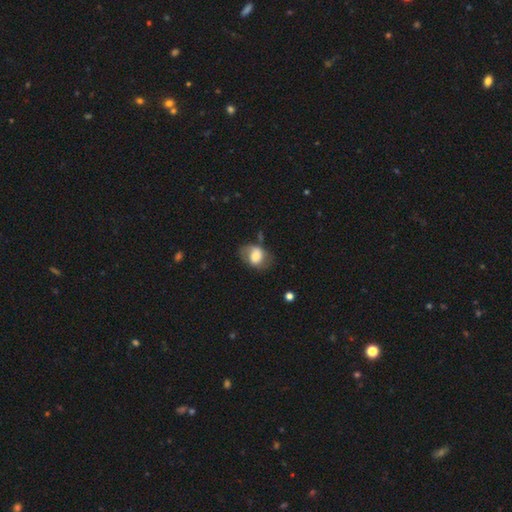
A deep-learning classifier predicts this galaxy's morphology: smooth-or-featured: smooth: 60% | featured or disk: 33% | star or artifact: 8%
  how-rounded: in between: 62% | round: 36% | cigar-shaped: 1%
  merging: none: 53% | minor disturbance: 27% | major disturbance: 17% | merger: 3%